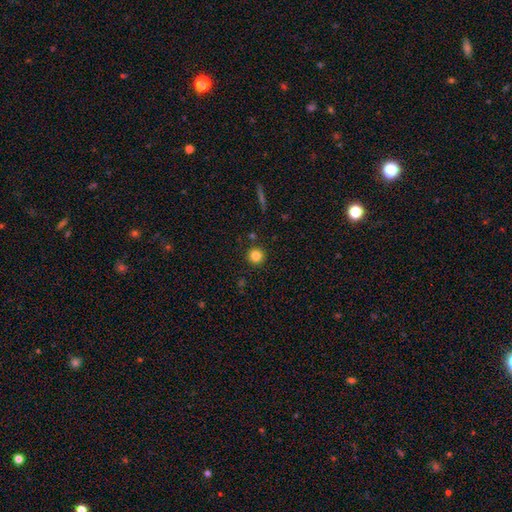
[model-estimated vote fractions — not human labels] Overall: smooth (83%). How rounded: round (95%). Merging: none (90%).